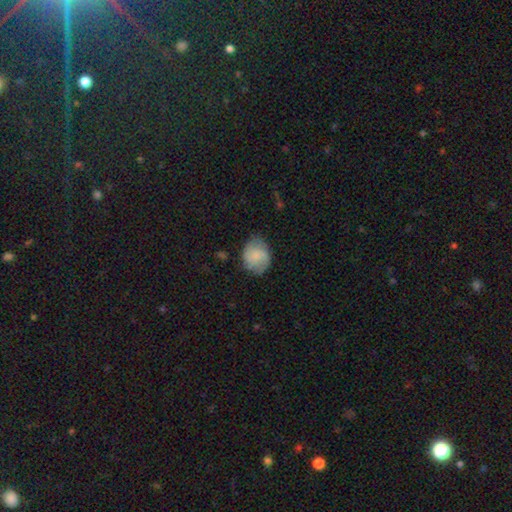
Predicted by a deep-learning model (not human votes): smooth 52%, featured or disk 40%, star or artifact 8%. Down the decision tree: how rounded — round (59%); merging — none (67%).